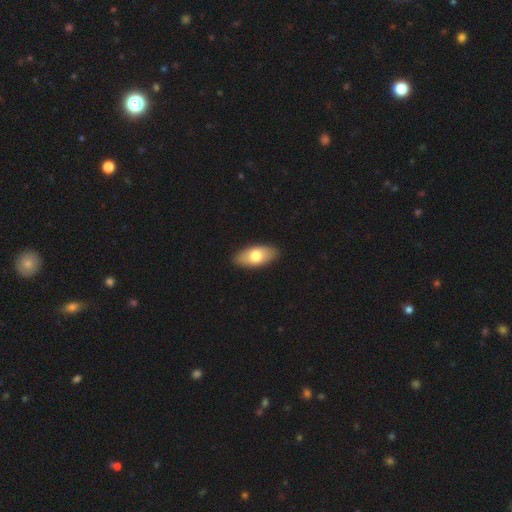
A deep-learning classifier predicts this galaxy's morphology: type=smooth (73%); roundness=in between (89%); merging=none (89%).